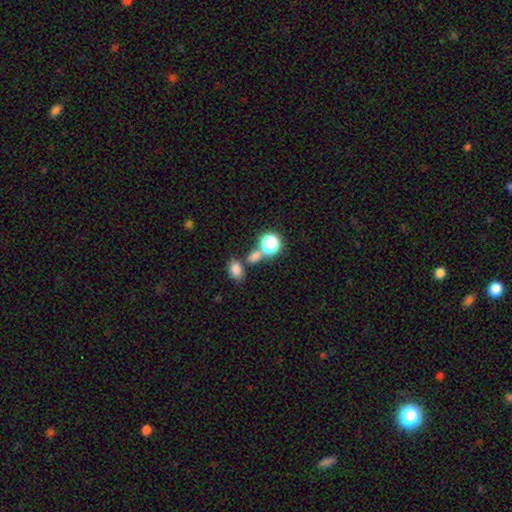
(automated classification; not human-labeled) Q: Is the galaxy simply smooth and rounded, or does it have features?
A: smooth — 73%.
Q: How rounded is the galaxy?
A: in between — 51%.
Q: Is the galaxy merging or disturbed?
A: none — 51%.